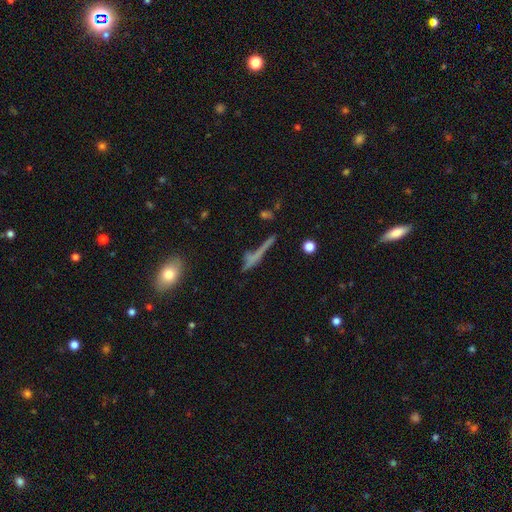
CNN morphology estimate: Smooth or featured? smooth (47%)
Merging? none (58%)